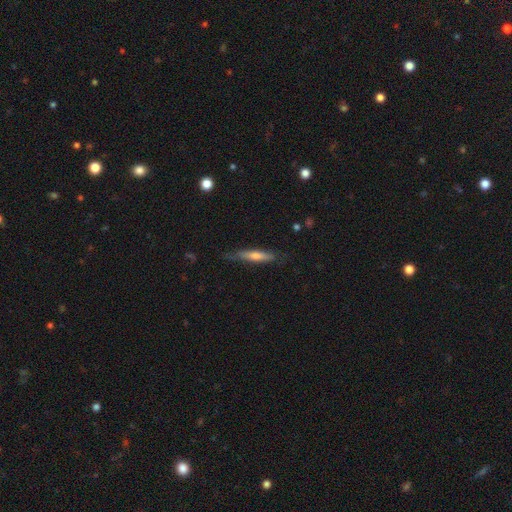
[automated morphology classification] The model was most divided on "smooth or featured": smooth: 54%, featured or disk: 40%, star or artifact: 6%. More confident: how rounded — cigar-shaped (87%); merging — none (71%).